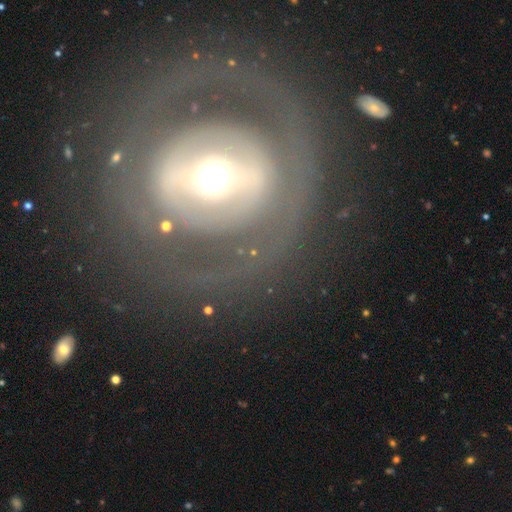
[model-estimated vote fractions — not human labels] A featured or disk galaxy (72%) with a strong bar (44%), no spiral arms (64%) and a moderate central bulge (59%). Merging: none (77%).